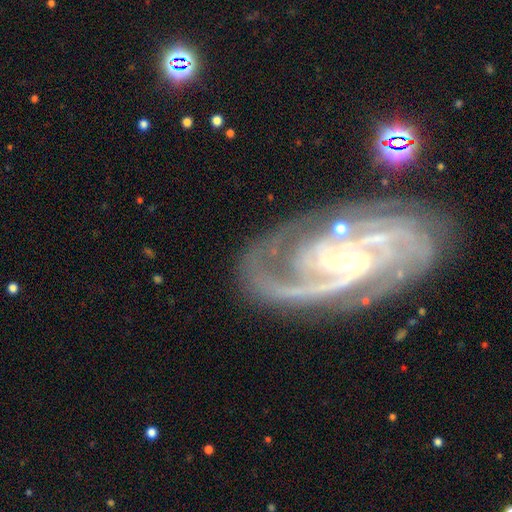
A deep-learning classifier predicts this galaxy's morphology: Smooth or featured? Predicted: featured or disk (p=0.91). Edge-on disk? Predicted: no (p=0.97). Bar? Predicted: no (p=0.46). Spiral arms? Predicted: yes (p=0.99). Spiral winding? Predicted: tight (p=0.53). Spiral arm count? Predicted: 2 (p=0.43). Bulge size? Predicted: small (p=0.83). Merging? Predicted: none (p=0.73).